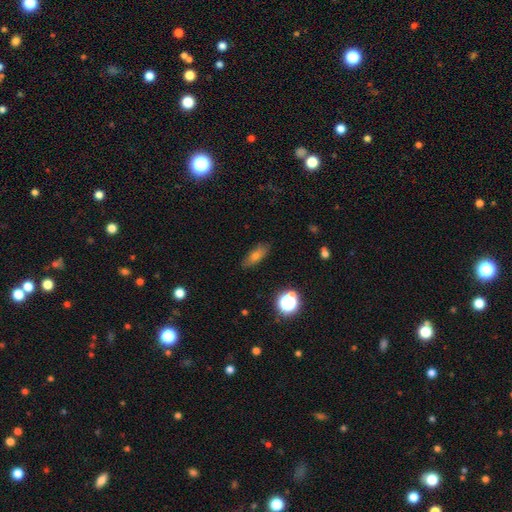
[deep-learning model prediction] Smooth or featured?
  - smooth: 67% *
  - featured or disk: 19%
  - star or artifact: 14%
How rounded?
  - in between: 67% *
  - cigar-shaped: 26%
  - round: 7%
Merging?
  - none: 84% *
  - minor disturbance: 12%
  - major disturbance: 3%
  - merger: 1%